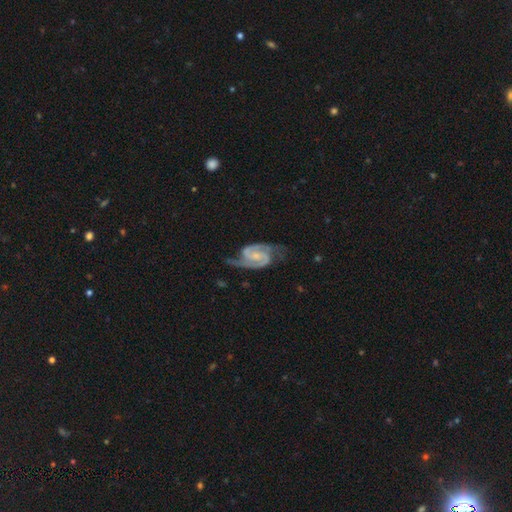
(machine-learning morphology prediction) A featured or disk galaxy (92%) with a weak bar (47%), 2 (93%) medium (55%) spiral arms (98%) and a small central bulge (53%).

Vote fractions:
- Smooth or featured? featured or disk: 92% / smooth: 4% / star or artifact: 4%
- Edge-on disk? no: 98% / yes: 2%
- Bar? weak: 47% / no: 37% / strong: 16%
- Spiral arms? yes: 98% / no: 2%
- Spiral winding? medium: 55% / tight: 29% / loose: 16%
- Spiral arm count? 2: 93% / can't tell: 2% / 3: 2% / 1: 1% / 4: 1% / more than 4: 1%
- Bulge size? small: 53% / moderate: 29% / none: 14% / large: 2% / dominant: 1%
- Merging? none: 68% / minor disturbance: 20% / major disturbance: 9% / merger: 2%